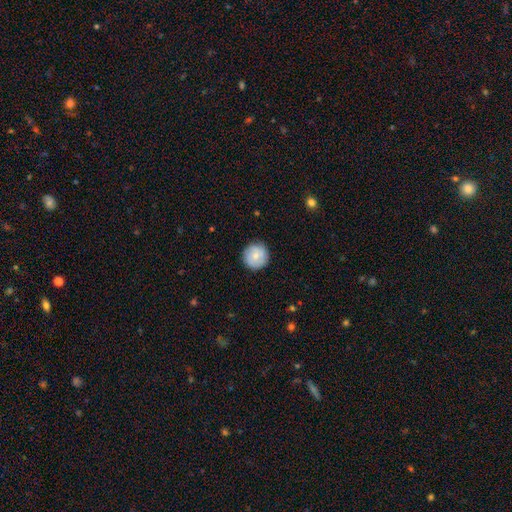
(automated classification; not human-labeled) Smooth or featured? Predicted: smooth (p=0.71). How rounded? Predicted: round (p=0.95). Merging? Predicted: none (p=0.87).